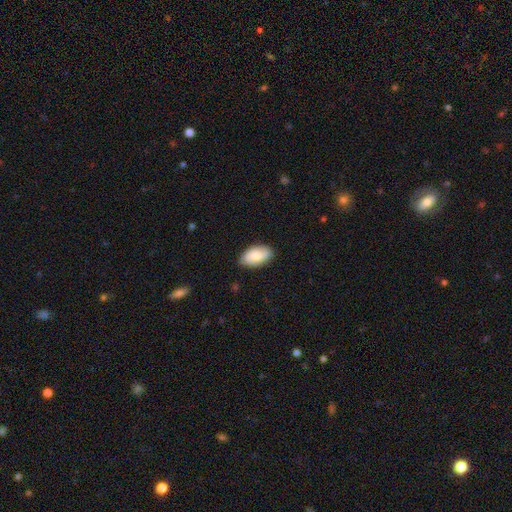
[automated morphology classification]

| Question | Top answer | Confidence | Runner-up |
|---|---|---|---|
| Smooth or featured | smooth | 69% | featured or disk (25%) |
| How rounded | in between | 93% | round (5%) |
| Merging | none | 83% | minor disturbance (13%) |